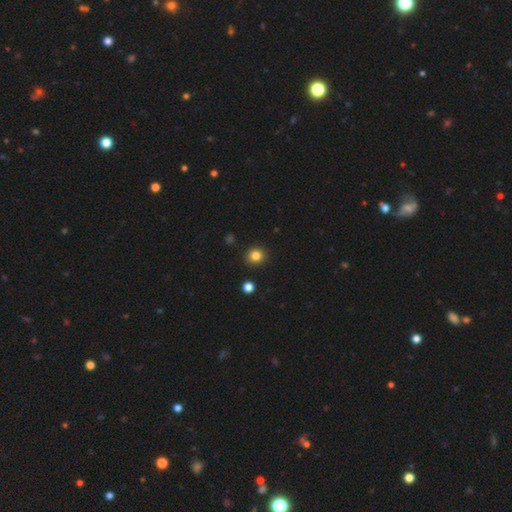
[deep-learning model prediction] A smooth galaxy with no disk features (83%) that is round (88%).

Vote fractions:
- Smooth or featured? smooth: 83% / star or artifact: 13% / featured or disk: 5%
- How rounded? round: 88% / in between: 11% / cigar-shaped: 1%
- Merging? none: 91% / minor disturbance: 6% / major disturbance: 2% / merger: 2%